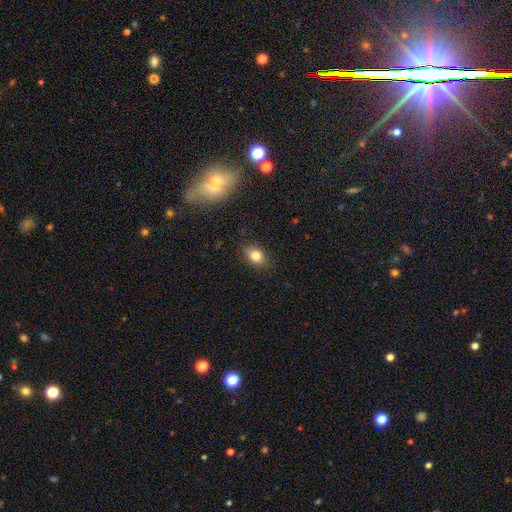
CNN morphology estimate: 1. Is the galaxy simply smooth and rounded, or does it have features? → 80% smooth, 11% star or artifact, 9% featured or disk.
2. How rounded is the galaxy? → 71% in between, 28% round, 2% cigar-shaped.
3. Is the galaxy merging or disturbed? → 84% none, 12% minor disturbance, 3% major disturbance, 1% merger.